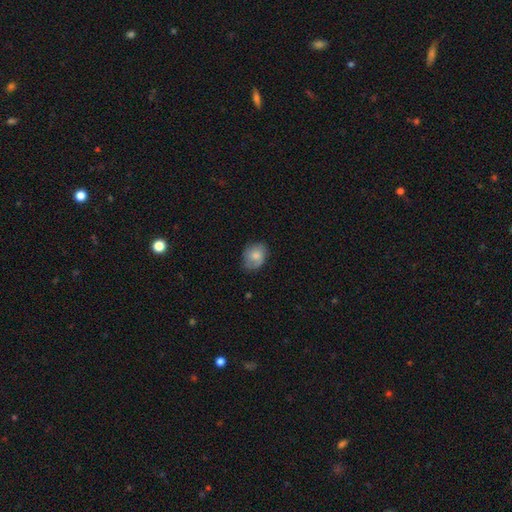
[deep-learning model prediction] A smooth galaxy with no disk features (71%) that is in between round and cigar-shaped (51%).

Vote fractions:
- Smooth or featured? smooth: 71% / featured or disk: 22% / star or artifact: 8%
- How rounded? in between: 51% / round: 48% / cigar-shaped: 1%
- Merging? none: 68% / minor disturbance: 25% / major disturbance: 6% / merger: 1%